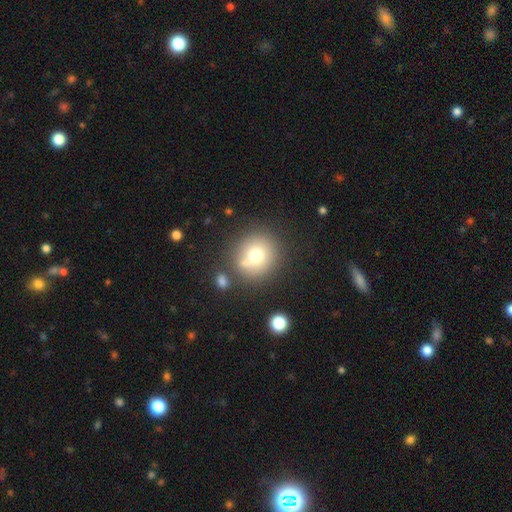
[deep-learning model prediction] This is likely a smooth galaxy (70%). How rounded: clearly round (90%). Merging: likely none (69%).